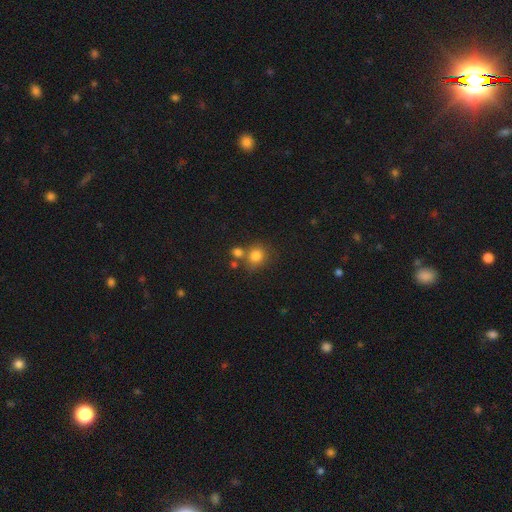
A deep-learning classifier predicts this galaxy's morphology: A smooth galaxy with no disk features (80%) that is round (81%).

Vote fractions:
- Smooth or featured? smooth: 80% / star or artifact: 12% / featured or disk: 7%
- How rounded? round: 81% / in between: 18% / cigar-shaped: 1%
- Merging? none: 62% / merger: 22% / minor disturbance: 12% / major disturbance: 4%